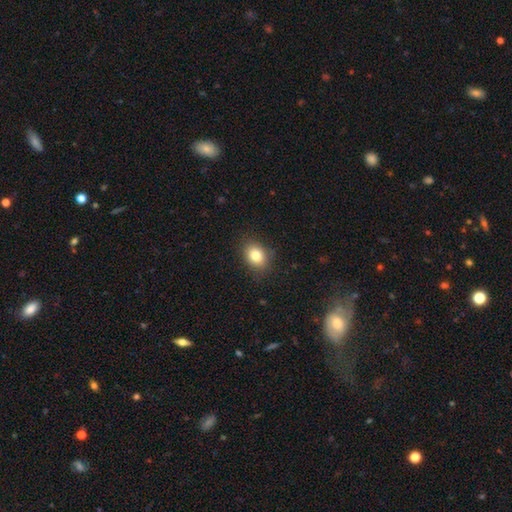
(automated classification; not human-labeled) Smooth or featured?
  - smooth: 81% *
  - star or artifact: 10%
  - featured or disk: 9%
How rounded?
  - in between: 60% *
  - round: 39%
  - cigar-shaped: 1%
Merging?
  - none: 85% *
  - minor disturbance: 11%
  - major disturbance: 3%
  - merger: 1%